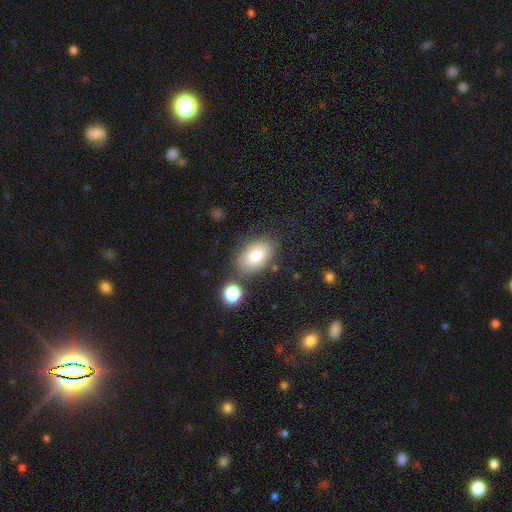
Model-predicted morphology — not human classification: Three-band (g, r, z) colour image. It shows a smooth galaxy with no disk features (78%) that is in between round and cigar-shaped (90%). Merging: none (76%).